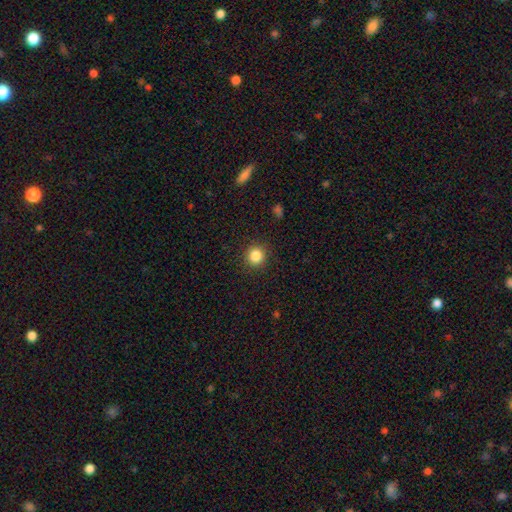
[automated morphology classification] smooth 85%, star or artifact 11%, featured or disk 4%. Down the decision tree: how rounded — round (93%); merging — none (91%).